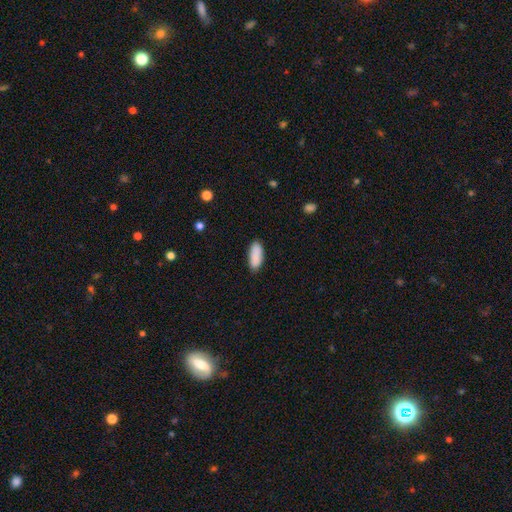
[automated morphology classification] This is clearly a smooth galaxy (90%). How rounded: likely in between (80%). Merging: clearly none (85%).